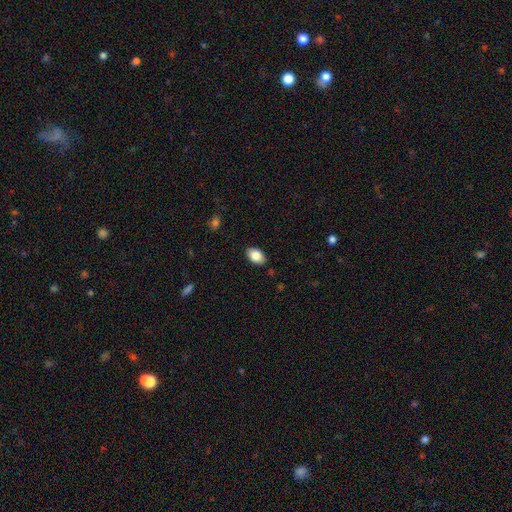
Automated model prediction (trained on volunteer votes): Smooth or featured? smooth (85%)
How rounded? in between (87%)
Merging? none (87%)